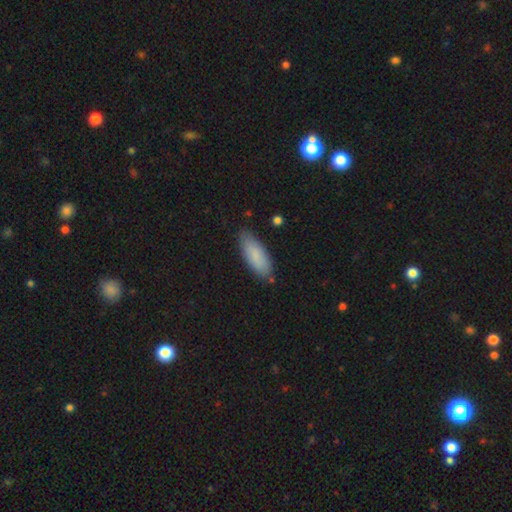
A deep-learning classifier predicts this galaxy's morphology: type=smooth (86%); roundness=in between (68%); merging=none (81%).